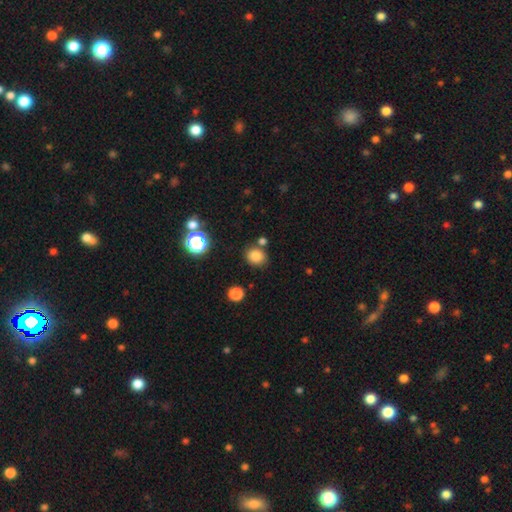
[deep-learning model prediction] A smooth galaxy with no disk features (81%) that is round (72%).

Vote fractions:
- Smooth or featured? smooth: 81% / star or artifact: 13% / featured or disk: 6%
- How rounded? round: 72% / in between: 27% / cigar-shaped: 1%
- Merging? none: 77% / minor disturbance: 11% / merger: 9% / major disturbance: 3%